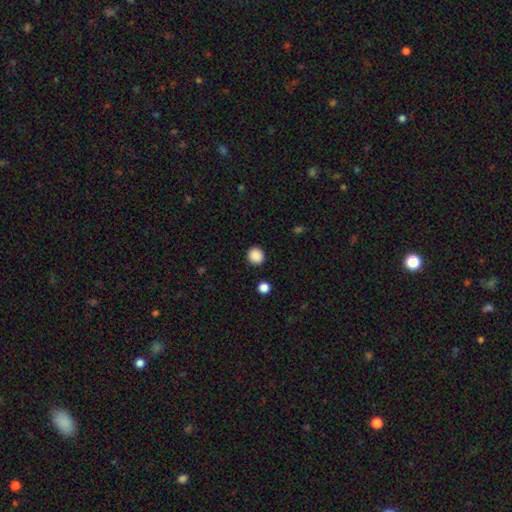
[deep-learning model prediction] Smooth or featured: smooth — 88% (star or artifact — 9%)
How rounded: round — 88% (in between — 11%)
Merging: none — 91% (minor disturbance — 6%)